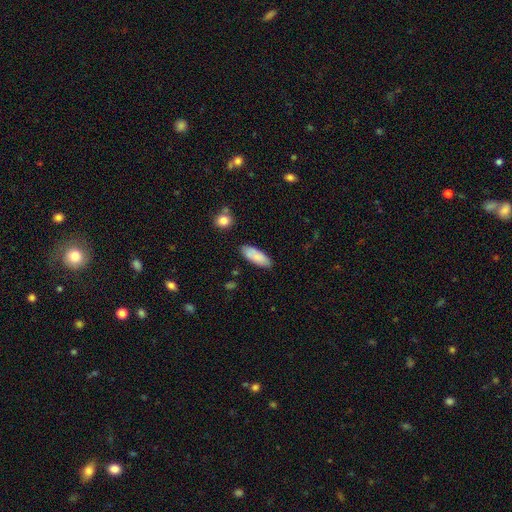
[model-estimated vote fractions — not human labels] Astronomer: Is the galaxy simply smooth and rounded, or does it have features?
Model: smooth — 85%.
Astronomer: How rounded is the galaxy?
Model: in between — 72%.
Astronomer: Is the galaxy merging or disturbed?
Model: none — 81%.